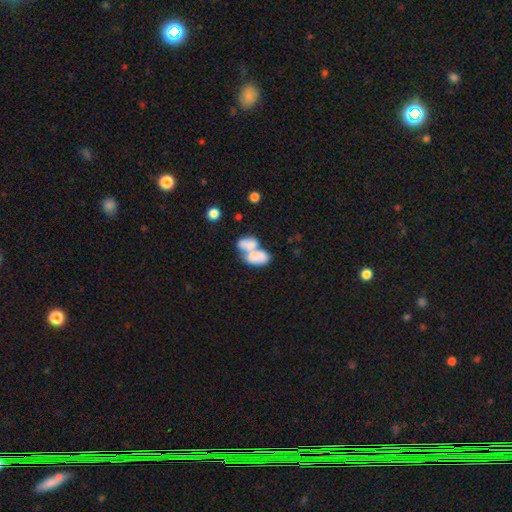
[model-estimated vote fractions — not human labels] Smooth or featured: smooth — 65% (featured or disk — 27%)
How rounded: in between — 90% (round — 8%)
Merging: merger — 73% (none — 13%)